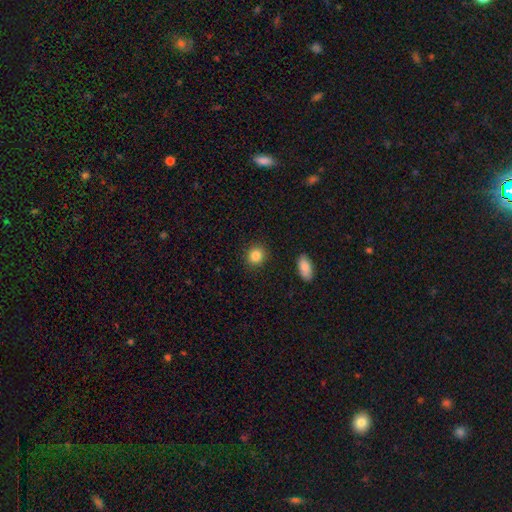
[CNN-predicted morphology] smooth_or_featured: smooth (p=0.87) [alt: star or artifact p=0.09]
how_rounded: round (p=0.75) [alt: in between p=0.24]
merging: none (p=0.89) [alt: minor disturbance p=0.07]